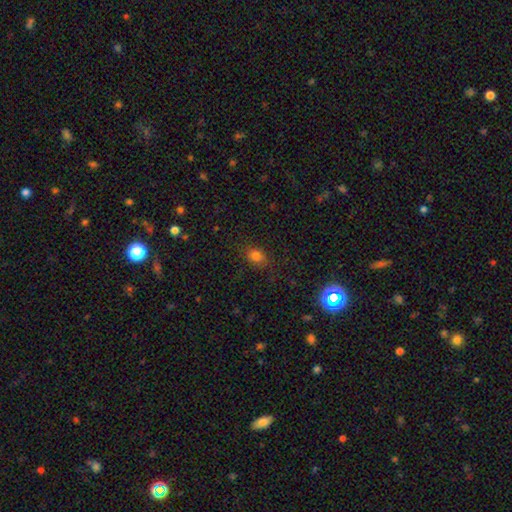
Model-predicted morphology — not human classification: A smooth galaxy with no disk features (77%) that is in between round and cigar-shaped (65%). Merging: none (79%).